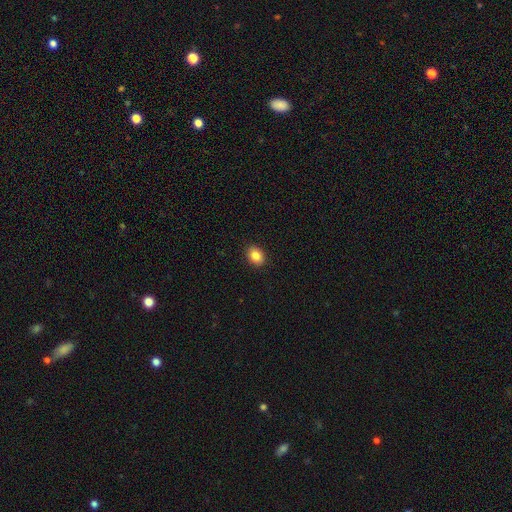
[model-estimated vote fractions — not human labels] Smooth or featured?
  - smooth: 86% *
  - star or artifact: 9%
  - featured or disk: 6%
How rounded?
  - in between: 68% *
  - round: 31%
  - cigar-shaped: 1%
Merging?
  - none: 90% *
  - minor disturbance: 7%
  - major disturbance: 2%
  - merger: 1%